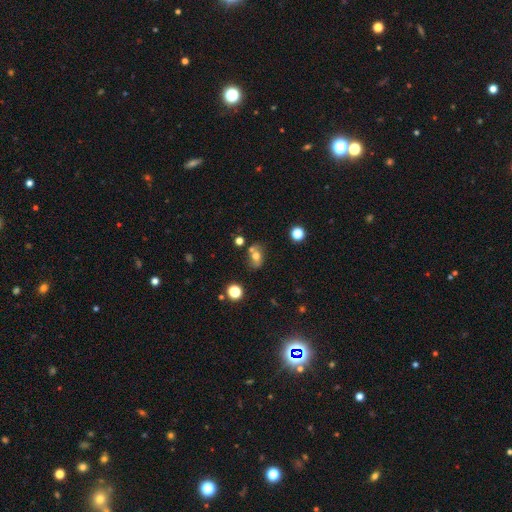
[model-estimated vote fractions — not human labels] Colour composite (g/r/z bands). It shows a smooth galaxy with no disk features (62%) that is in between round and cigar-shaped (65%). Merging: none (58%).